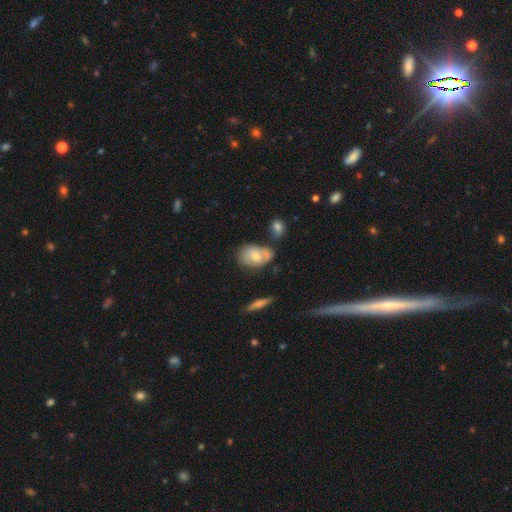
Morphology: type=smooth (68%); roundness=in between (56%); merging=minor disturbance (29%, tied with merger).